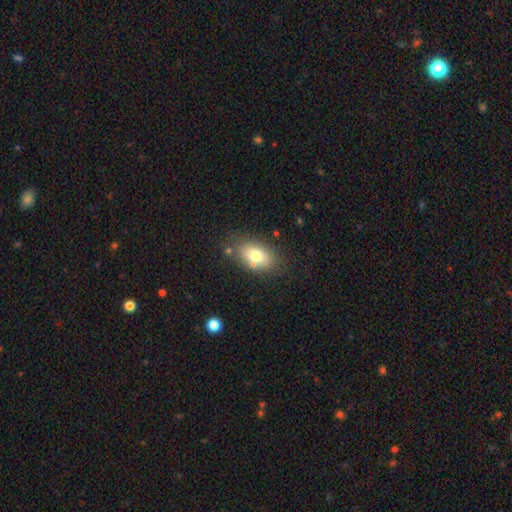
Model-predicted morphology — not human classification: Smooth or featured?
  - smooth: 75% *
  - featured or disk: 16%
  - star or artifact: 9%
How rounded?
  - in between: 87% *
  - round: 10%
  - cigar-shaped: 2%
Merging?
  - none: 74% *
  - minor disturbance: 14%
  - merger: 8%
  - major disturbance: 4%